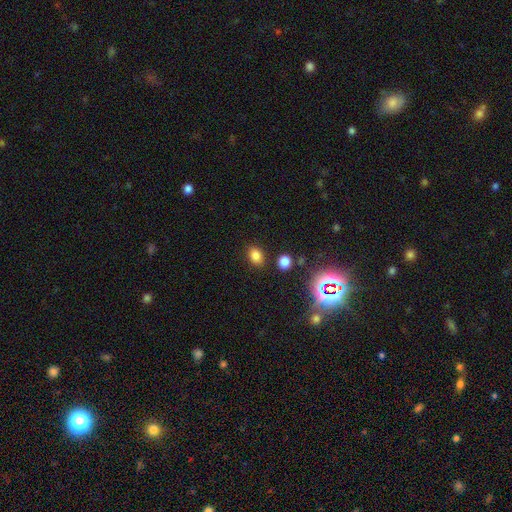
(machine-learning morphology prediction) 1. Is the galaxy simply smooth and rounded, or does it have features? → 80% smooth, 14% star or artifact, 6% featured or disk.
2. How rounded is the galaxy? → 67% in between, 32% round, 1% cigar-shaped.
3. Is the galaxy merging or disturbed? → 82% none, 10% minor disturbance, 5% merger, 3% major disturbance.